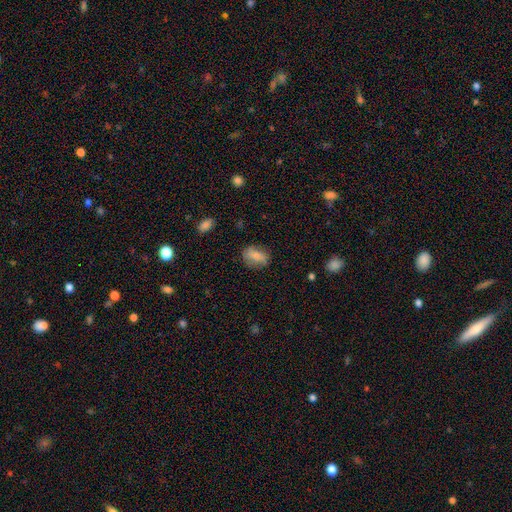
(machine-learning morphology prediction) smooth_or_featured: smooth (p=0.73) [alt: featured or disk p=0.19]
how_rounded: in between (p=0.79) [alt: round p=0.18]
merging: none (p=0.76) [alt: minor disturbance p=0.18]